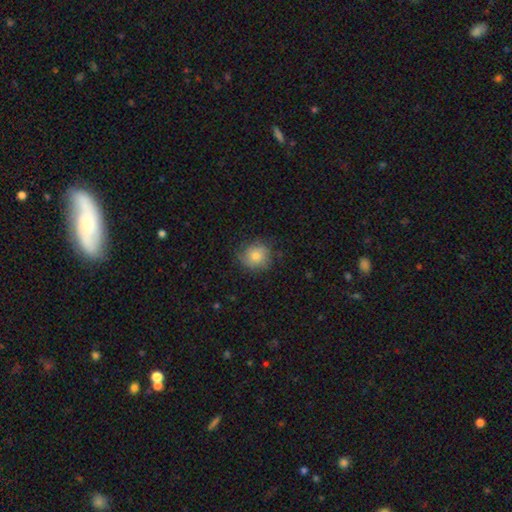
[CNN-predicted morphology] This is likely a smooth galaxy (77%). How rounded: clearly round (84%). Merging: likely none (74%).